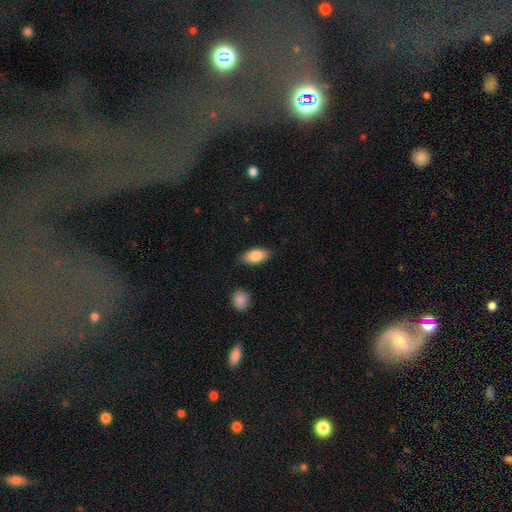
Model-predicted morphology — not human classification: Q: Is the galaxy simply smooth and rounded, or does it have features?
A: smooth — 83%.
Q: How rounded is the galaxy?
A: in between — 91%.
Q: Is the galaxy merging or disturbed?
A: none — 85%.